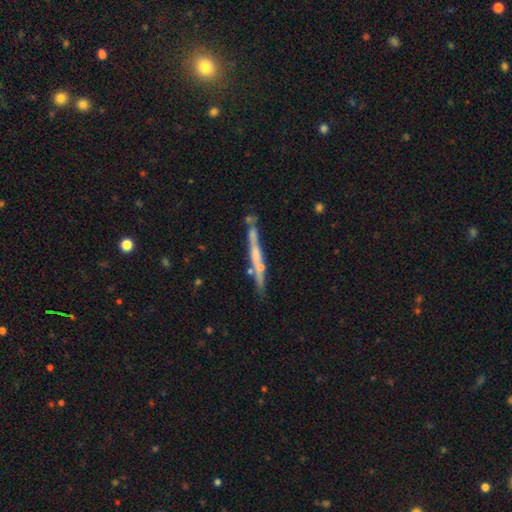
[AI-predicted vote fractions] Q: Smooth or featured?
A: featured or disk (58%); runner-up: smooth (35%)
Q: Edge-on disk?
A: yes (94%); runner-up: no (6%)
Q: Edge-on bulge?
A: rounded (44%); runner-up: none (43%)
Q: Merging?
A: none (66%); runner-up: minor disturbance (16%)